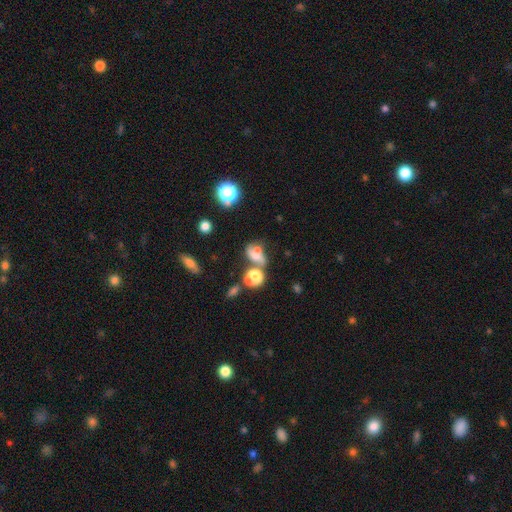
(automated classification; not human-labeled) The model was most divided on "smooth or featured": smooth: 40%, featured or disk: 39%, star or artifact: 21%. Remaining: merging — merger (46%).